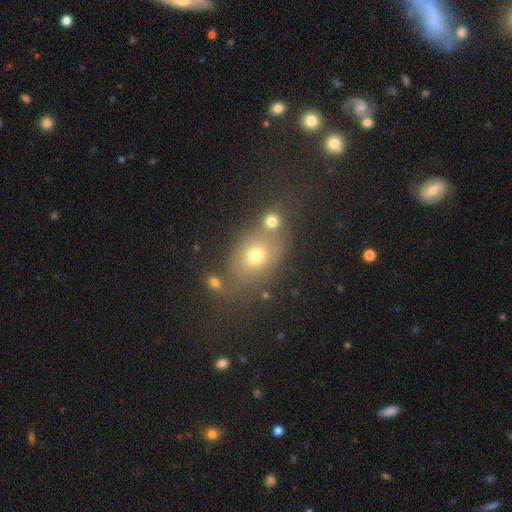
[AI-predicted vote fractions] smooth-or-featured: smooth: 67% | star or artifact: 17% | featured or disk: 16%
  how-rounded: in between: 58% | round: 40% | cigar-shaped: 2%
  merging: none: 56% | merger: 25% | minor disturbance: 13% | major disturbance: 7%